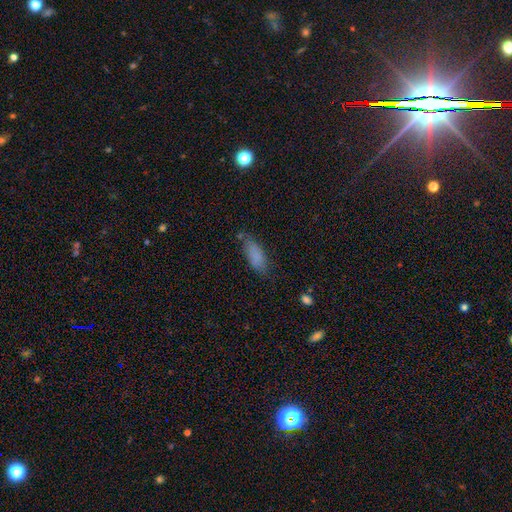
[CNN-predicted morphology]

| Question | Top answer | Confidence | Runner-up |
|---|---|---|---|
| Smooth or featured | smooth | 83% | featured or disk (9%) |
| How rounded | in between | 71% | cigar-shaped (27%) |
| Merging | none | 68% | minor disturbance (23%) |